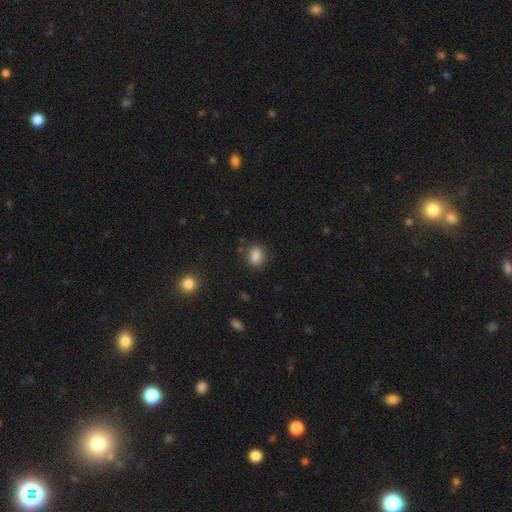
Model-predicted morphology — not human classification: Smooth or featured? Predicted: smooth (p=0.86). How rounded? Predicted: in between (p=0.59). Merging? Predicted: none (p=0.83).